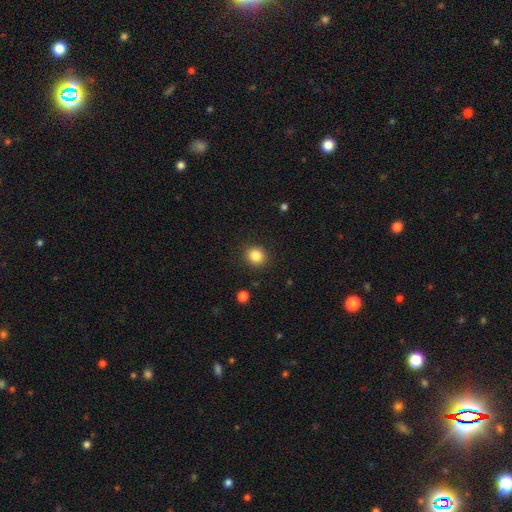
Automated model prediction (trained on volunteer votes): Overall: smooth (85%). How rounded: round (87%). Merging: none (90%).